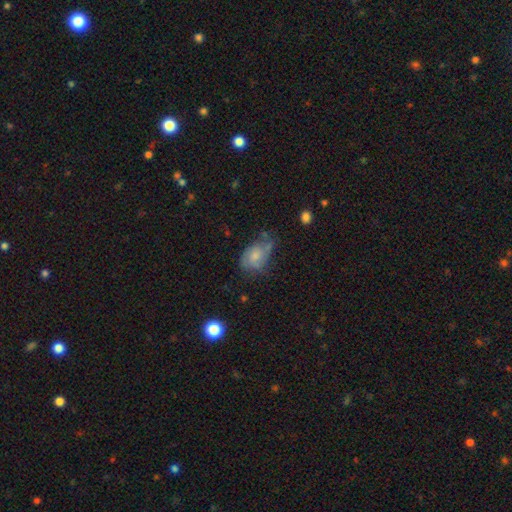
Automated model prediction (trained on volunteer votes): Smooth or featured? Predicted: smooth (p=0.59). How rounded? Predicted: in between (p=0.84). Merging? Predicted: none (p=0.39).